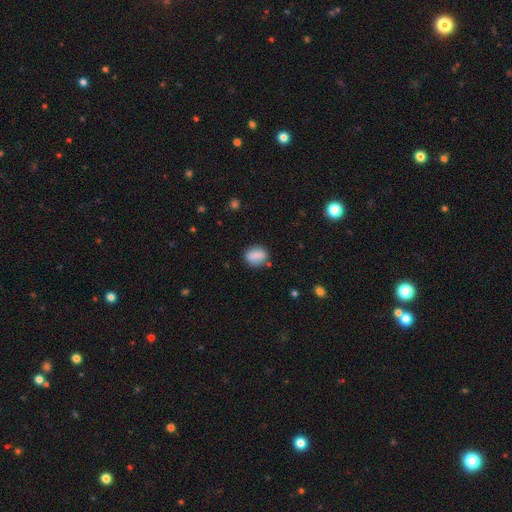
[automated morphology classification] Q: Smooth or featured?
A: smooth (83%); runner-up: featured or disk (10%)
Q: How rounded?
A: in between (59%); runner-up: round (37%)
Q: Merging?
A: none (79%); runner-up: minor disturbance (13%)